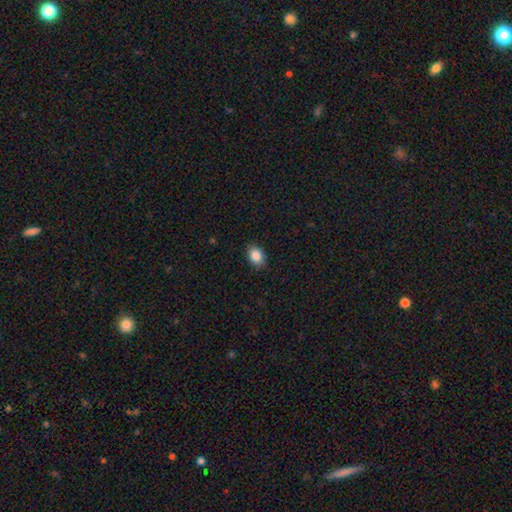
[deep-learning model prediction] Smooth or featured: smooth — 86% (star or artifact — 9%)
How rounded: in between — 75% (round — 23%)
Merging: none — 87% (minor disturbance — 10%)